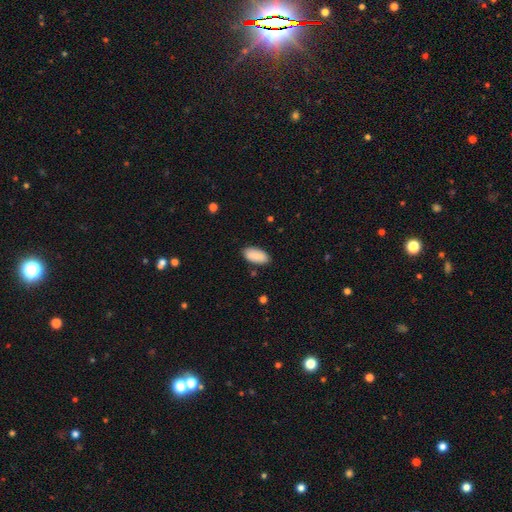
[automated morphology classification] type=smooth (90%); roundness=in between (93%); merging=none (86%).